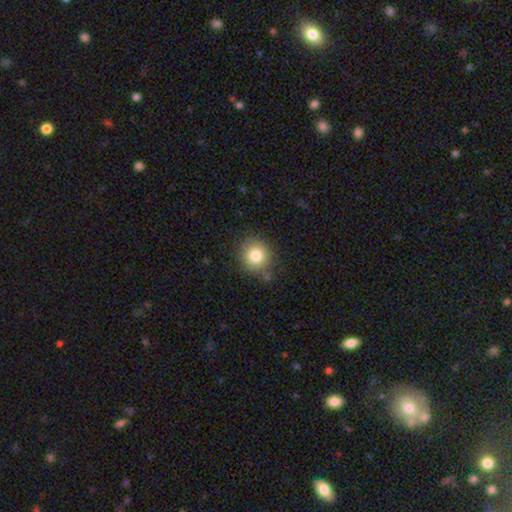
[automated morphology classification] Smooth or featured? smooth (81%)
How rounded? round (86%)
Merging? none (82%)